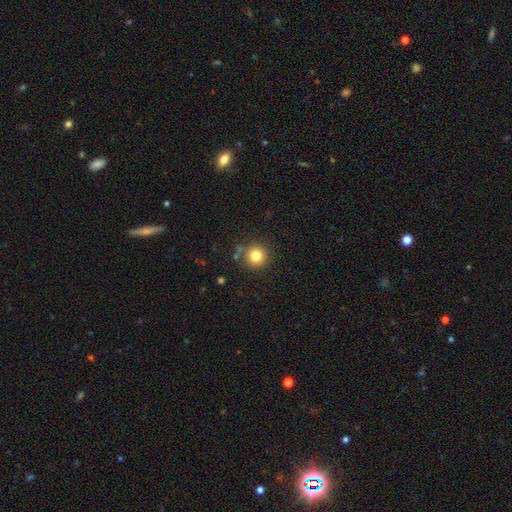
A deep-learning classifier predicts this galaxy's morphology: The model was most divided on "smooth or featured": smooth: 81%, star or artifact: 12%, featured or disk: 7%. More confident: how rounded — round (94%); merging — none (82%).